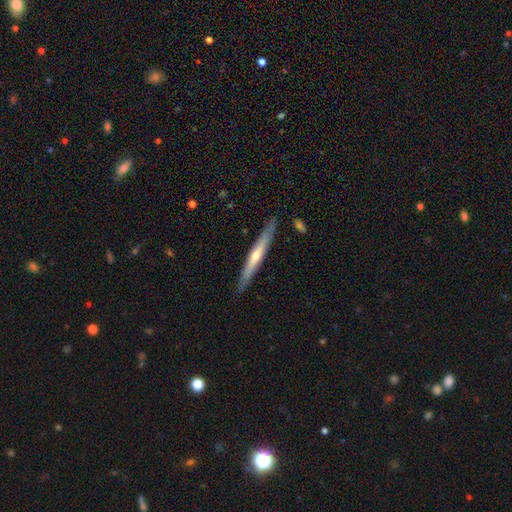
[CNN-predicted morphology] A featured or disk galaxy (64%) viewed edge-on (95%) with a rounded central bulge (68%). Merging: none (89%).